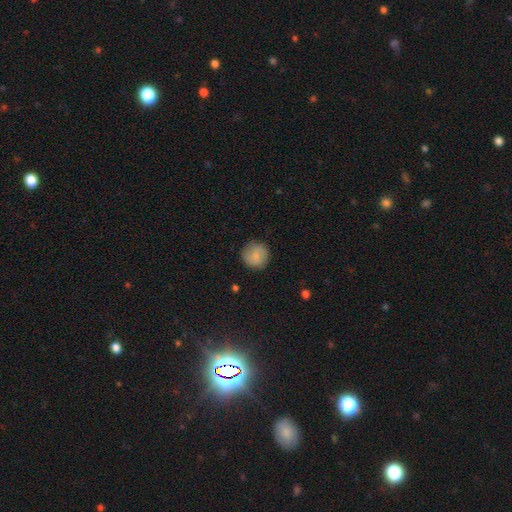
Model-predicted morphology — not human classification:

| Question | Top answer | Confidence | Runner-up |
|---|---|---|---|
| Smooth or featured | smooth | 81% | featured or disk (11%) |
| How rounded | round | 93% | in between (6%) |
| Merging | none | 84% | minor disturbance (12%) |